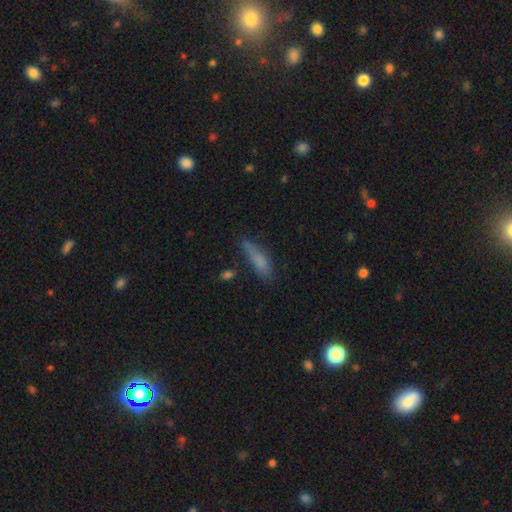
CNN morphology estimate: Smooth or featured? smooth (70%)
How rounded? cigar-shaped (70%)
Merging? none (56%)